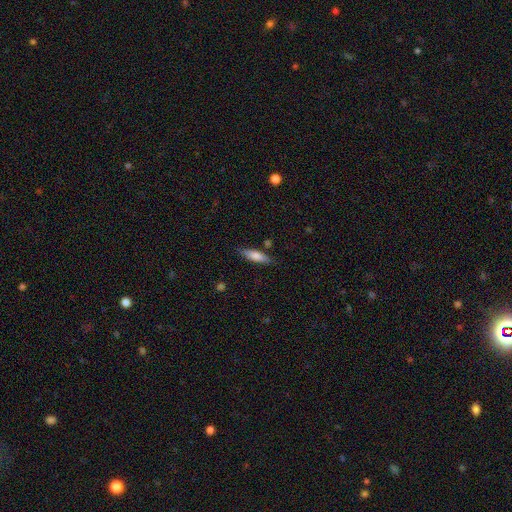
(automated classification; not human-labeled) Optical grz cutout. It shows a smooth galaxy with no disk features (73%) that is cigar-shaped (61%). Merging: none (82%).